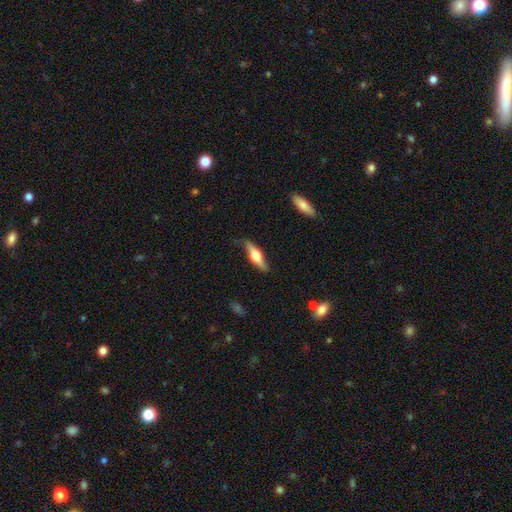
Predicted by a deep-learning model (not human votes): Overall: featured or disk (54%; smooth 41%). Edge-on disk: yes (84%). Merging: none (73%).